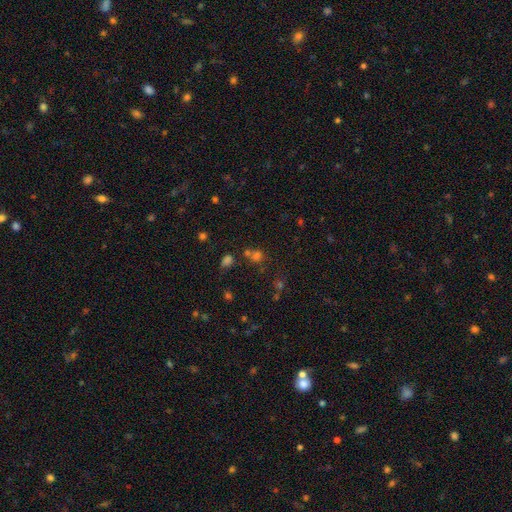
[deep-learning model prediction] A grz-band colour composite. It shows a smooth galaxy with no disk features (50%). Merging: none (60%).